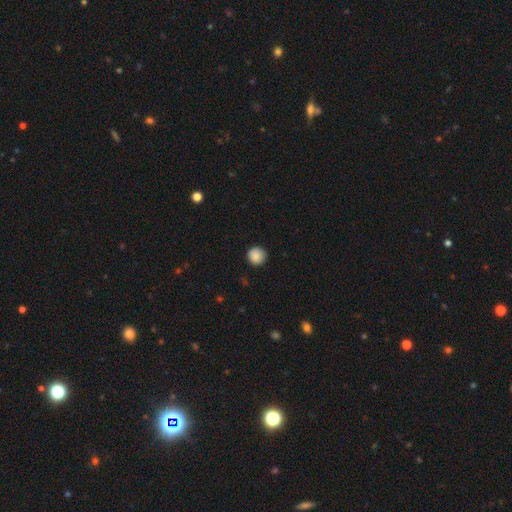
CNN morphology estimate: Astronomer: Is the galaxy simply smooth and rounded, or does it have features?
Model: smooth — 88%.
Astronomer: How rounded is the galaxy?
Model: round — 95%.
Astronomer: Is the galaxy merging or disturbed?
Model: none — 89%.